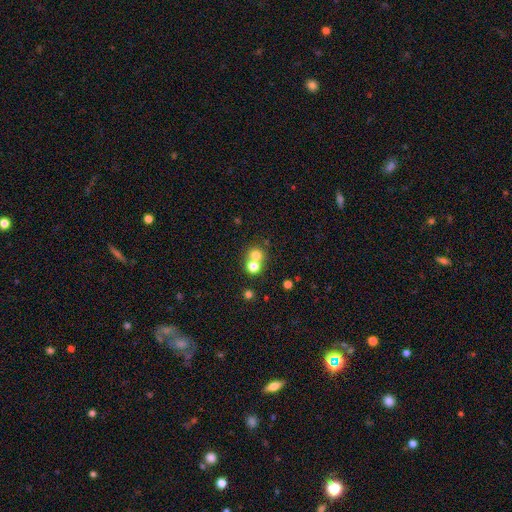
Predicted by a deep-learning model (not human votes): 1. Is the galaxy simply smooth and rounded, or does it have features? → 72% smooth, 17% star or artifact, 11% featured or disk.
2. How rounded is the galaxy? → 84% round, 15% in between, 1% cigar-shaped.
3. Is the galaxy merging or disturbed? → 49% none, 41% merger, 6% minor disturbance, 3% major disturbance.